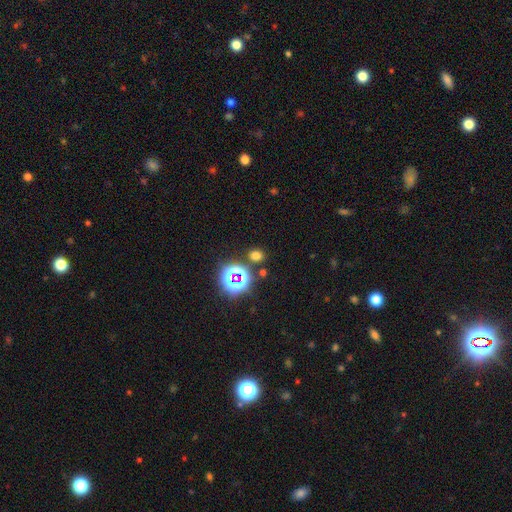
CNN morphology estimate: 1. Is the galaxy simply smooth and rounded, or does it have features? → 63% smooth, 31% star or artifact, 6% featured or disk.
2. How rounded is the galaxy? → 59% round, 40% in between, 1% cigar-shaped.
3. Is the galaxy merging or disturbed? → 82% none, 8% minor disturbance, 6% merger, 3% major disturbance.